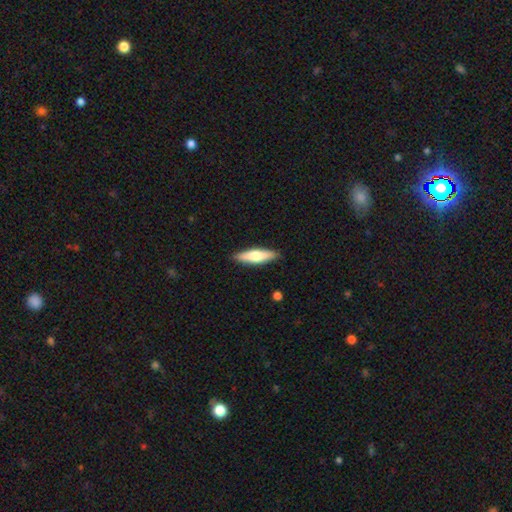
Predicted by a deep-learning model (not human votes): Smooth or featured?
  - smooth: 59% *
  - featured or disk: 36%
  - star or artifact: 5%
How rounded?
  - cigar-shaped: 67% *
  - in between: 31%
  - round: 2%
Merging?
  - none: 89% *
  - minor disturbance: 8%
  - major disturbance: 2%
  - merger: 1%